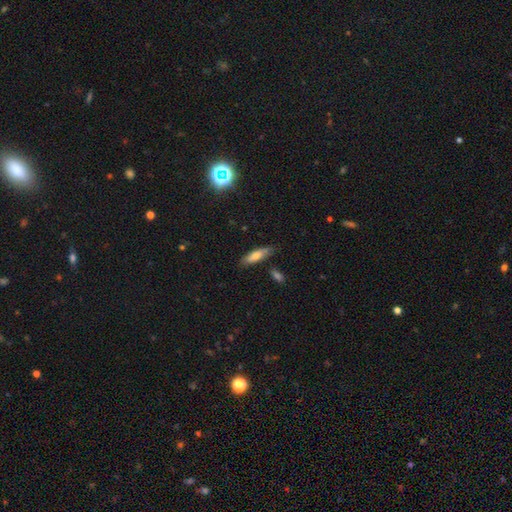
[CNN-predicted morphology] This is likely a smooth galaxy (66%). How rounded: possibly cigar-shaped (51%). Merging: likely none (77%).